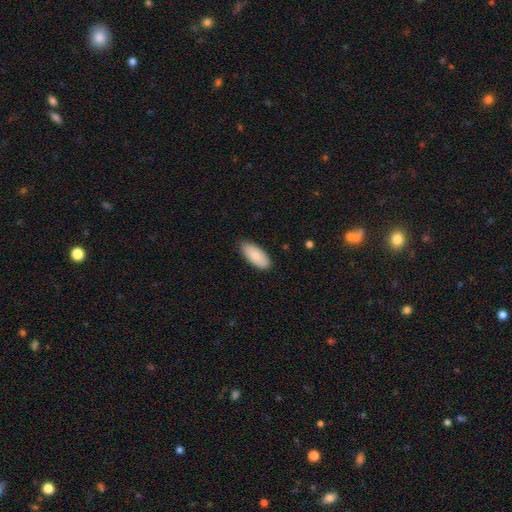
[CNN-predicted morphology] This is clearly a smooth galaxy (86%). How rounded: clearly in between (88%). Merging: clearly none (82%).